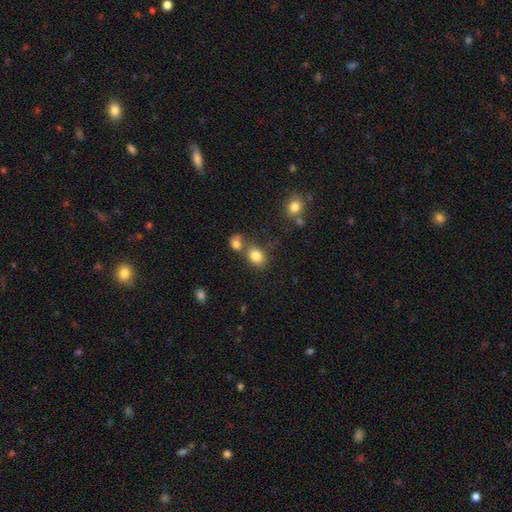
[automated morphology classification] smooth_or_featured: smooth (p=0.82) [alt: star or artifact p=0.11]
how_rounded: round (p=0.50) [alt: in between p=0.49]
merging: none (p=0.57) [alt: merger p=0.26]